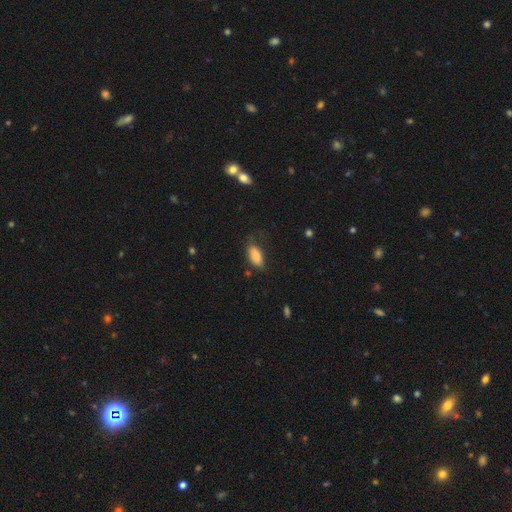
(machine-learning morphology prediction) smooth_or_featured: smooth (p=0.84) [alt: featured or disk p=0.08]
how_rounded: in between (p=0.91) [alt: cigar-shaped p=0.06]
merging: none (p=0.55) [alt: minor disturbance p=0.30]